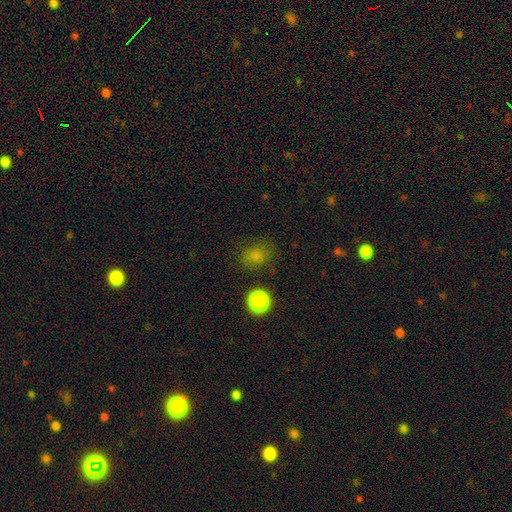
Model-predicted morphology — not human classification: A smooth galaxy with no disk features (74%) that is round (51%).

Vote fractions:
- Smooth or featured? smooth: 74% / star or artifact: 19% / featured or disk: 6%
- How rounded? round: 51% / in between: 48% / cigar-shaped: 1%
- Merging? none: 75% / minor disturbance: 17% / major disturbance: 6% / merger: 3%